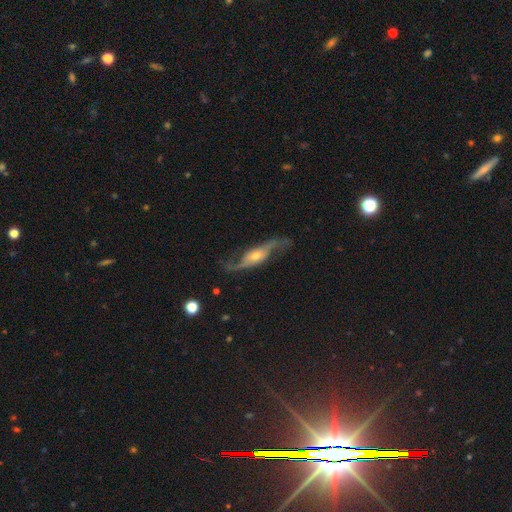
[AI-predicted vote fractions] Smooth or featured: featured or disk — 86% (smooth — 8%)
Edge-on disk: no — 82% (yes — 18%)
Bar: no — 54% (weak — 29%)
Spiral arms: yes — 95% (no — 5%)
Spiral winding: loose — 78% (medium — 17%)
Spiral arm count: 2 — 92% (can't tell — 3%)
Bulge size: moderate — 49% (small — 42%)
Merging: none — 72% (minor disturbance — 16%)